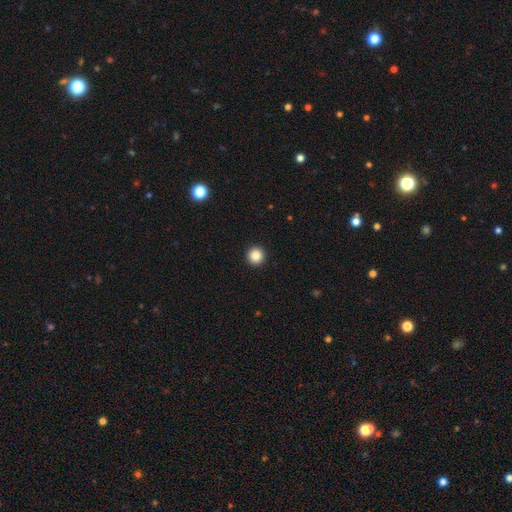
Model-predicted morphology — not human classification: This appears to be a smooth galaxy with no disk features (86%) that is round (96%). Merging: none (94%).